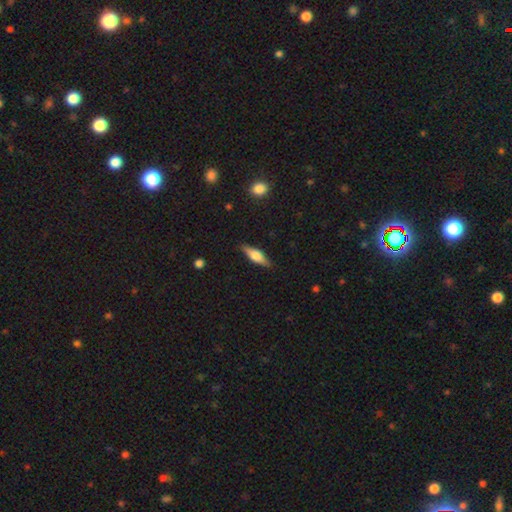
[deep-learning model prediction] Q: Smooth or featured?
A: featured or disk (50%); runner-up: smooth (43%)
Q: Edge-on disk?
A: yes (94%); runner-up: no (6%)
Q: Merging?
A: none (87%); runner-up: minor disturbance (10%)